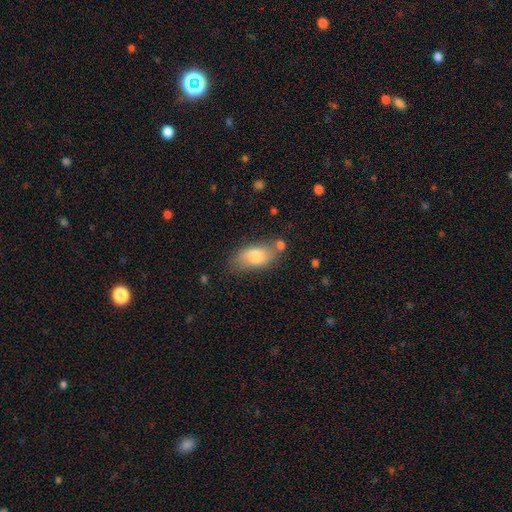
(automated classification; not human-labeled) smooth_or_featured: smooth (p=0.76) [alt: featured or disk p=0.17]
how_rounded: in between (p=0.88) [alt: cigar-shaped p=0.08]
merging: none (p=0.65) [alt: minor disturbance p=0.22]